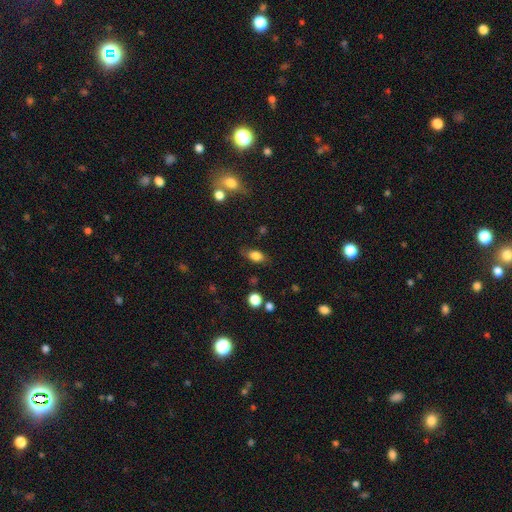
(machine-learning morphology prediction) A smooth galaxy with no disk features (81%) that is in between round and cigar-shaped (84%). Merging: none (79%).